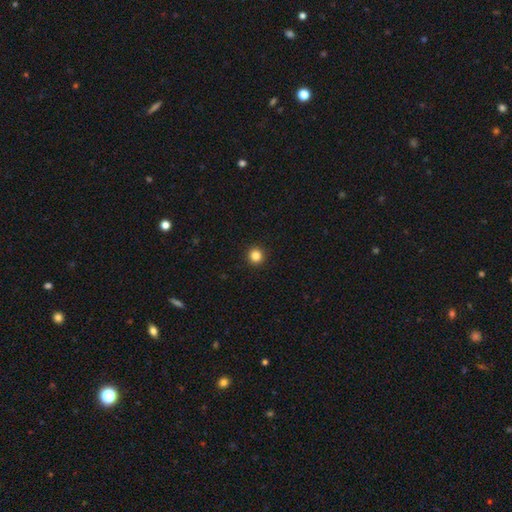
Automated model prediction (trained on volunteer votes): smooth-or-featured: smooth: 84% | star or artifact: 12% | featured or disk: 4%
  how-rounded: round: 95% | in between: 4% | cigar-shaped: 1%
  merging: none: 94% | minor disturbance: 4% | major disturbance: 1% | merger: 1%